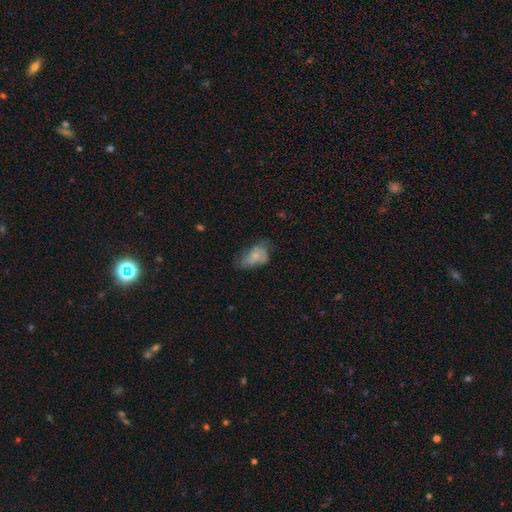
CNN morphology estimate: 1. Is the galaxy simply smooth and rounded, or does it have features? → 61% smooth, 30% featured or disk, 8% star or artifact.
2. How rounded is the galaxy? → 89% in between, 9% round, 2% cigar-shaped.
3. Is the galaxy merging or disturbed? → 36% minor disturbance, 35% none, 26% major disturbance, 3% merger.